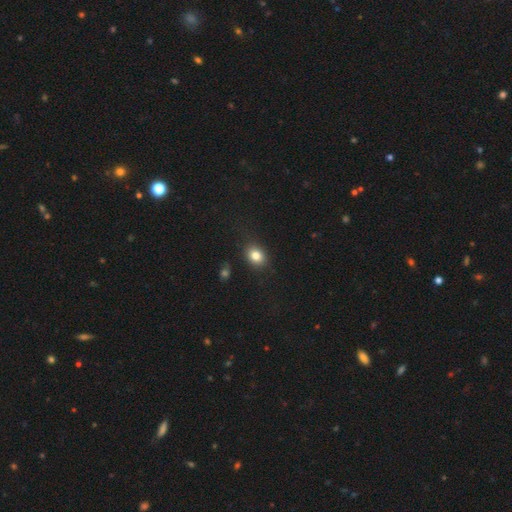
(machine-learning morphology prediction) smooth 82%, star or artifact 11%, featured or disk 7%. Down the decision tree: how rounded — in between (52%); merging — none (81%).